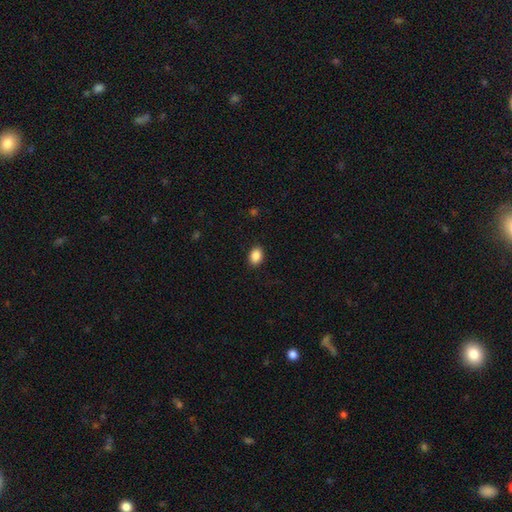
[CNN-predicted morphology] The model was most divided on "how rounded": in between: 78%, round: 21%, cigar-shaped: 1%. More confident: merging — none (89%); smooth or featured — smooth (88%).